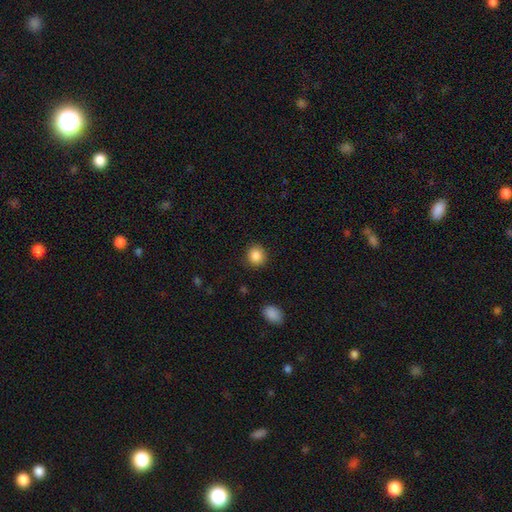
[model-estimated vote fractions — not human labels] Q: Smooth or featured?
A: smooth (87%); runner-up: star or artifact (9%)
Q: How rounded?
A: round (87%); runner-up: in between (12%)
Q: Merging?
A: none (89%); runner-up: minor disturbance (7%)